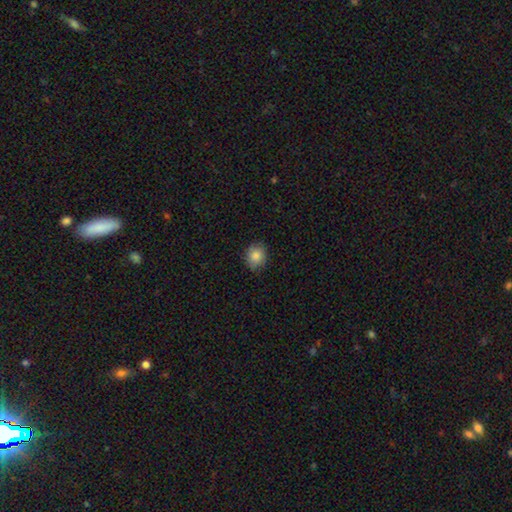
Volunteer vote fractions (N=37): smooth_or_featured: smooth (p=0.92) [alt: star or artifact p=0.05]
how_rounded: round (p=0.76) [alt: in between p=0.24]
merging: none (p=0.86) [alt: minor disturbance p=0.09]